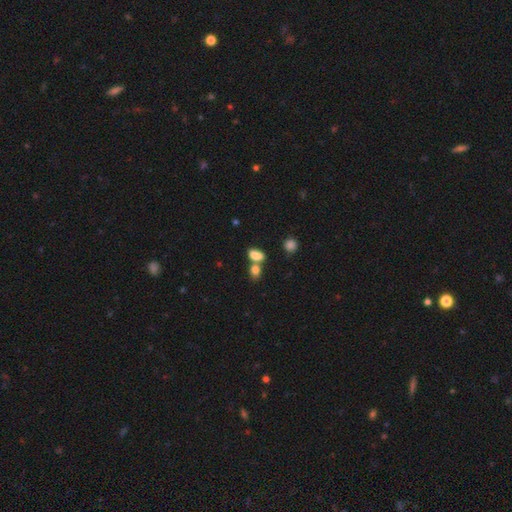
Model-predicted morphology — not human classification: smooth-or-featured: smooth: 80% | star or artifact: 11% | featured or disk: 9%
  how-rounded: in between: 79% | round: 17% | cigar-shaped: 4%
  merging: merger: 51% | none: 34% | minor disturbance: 10% | major disturbance: 5%